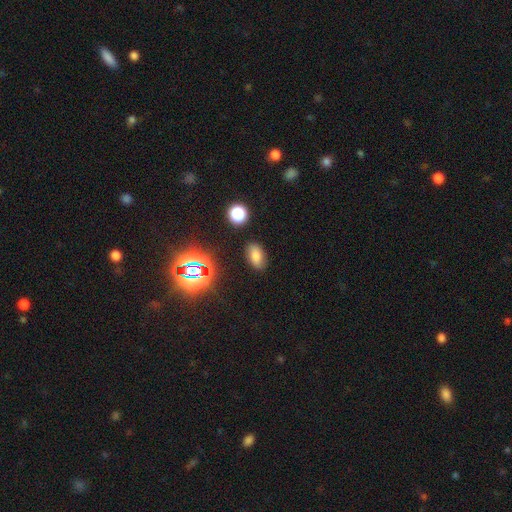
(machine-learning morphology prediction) Smooth or featured? smooth (71%)
How rounded? in between (89%)
Merging? none (84%)